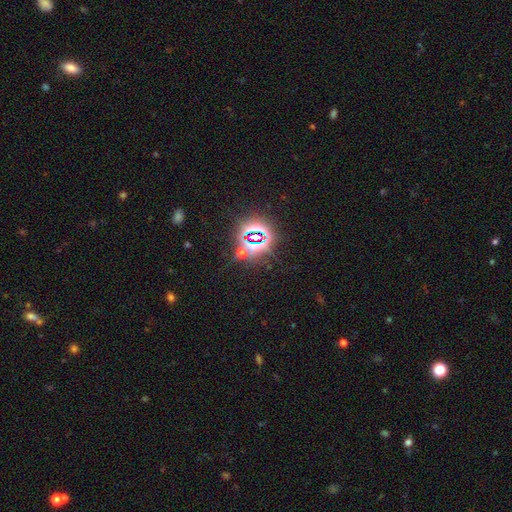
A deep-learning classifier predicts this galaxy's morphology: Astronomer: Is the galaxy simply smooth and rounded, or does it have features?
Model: star or artifact — 80%.